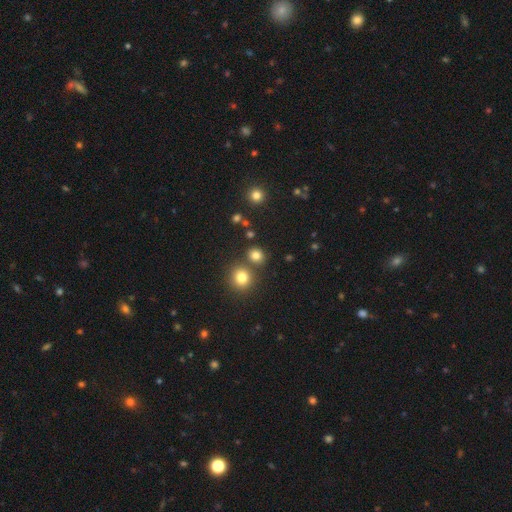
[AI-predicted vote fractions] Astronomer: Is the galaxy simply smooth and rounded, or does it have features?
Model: smooth — 79%.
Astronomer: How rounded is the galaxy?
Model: round — 79%.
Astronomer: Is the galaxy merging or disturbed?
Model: none — 75%.